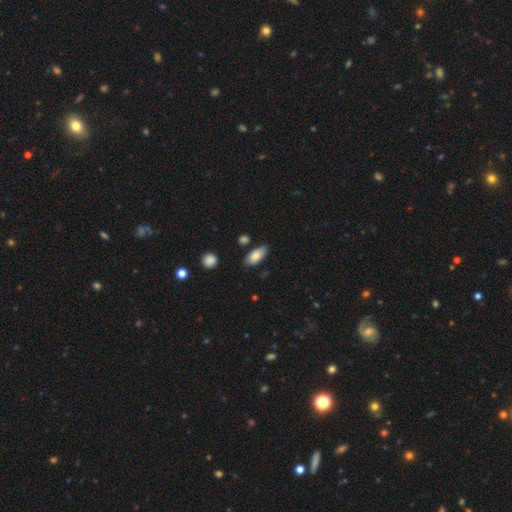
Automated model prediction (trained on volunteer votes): smooth 82%, featured or disk 11%, star or artifact 7%. Down the decision tree: how rounded — in between (88%); merging — none (79%).